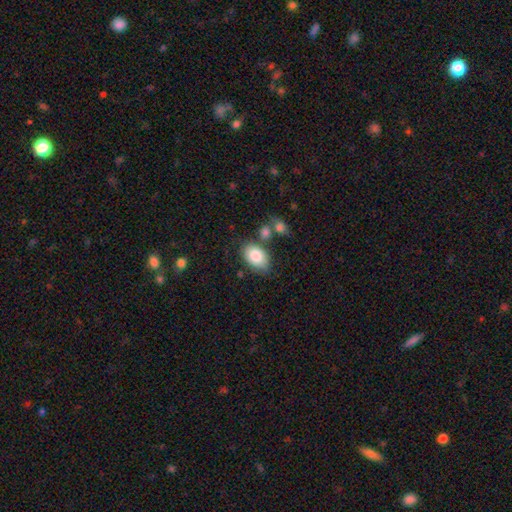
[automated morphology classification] smooth_or_featured: smooth (p=0.85) [alt: featured or disk p=0.09]
how_rounded: in between (p=0.90) [alt: round p=0.08]
merging: none (p=0.71) [alt: minor disturbance p=0.16]